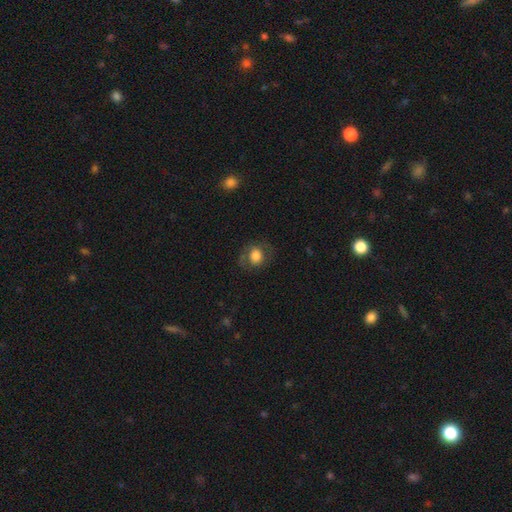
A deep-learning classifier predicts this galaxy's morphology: smooth_or_featured: smooth (p=0.68) [alt: featured or disk p=0.24]
how_rounded: round (p=0.64) [alt: in between p=0.35]
merging: none (p=0.70) [alt: minor disturbance p=0.17]